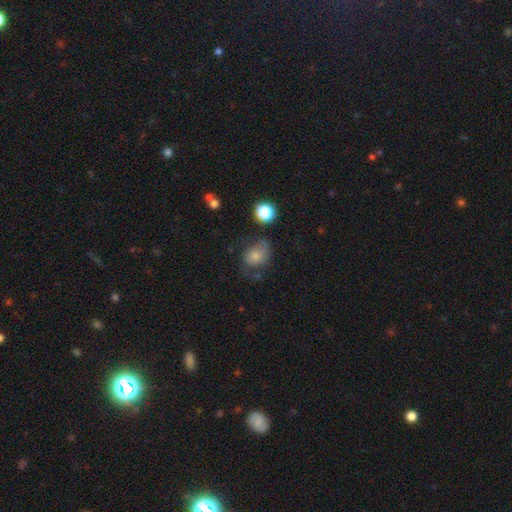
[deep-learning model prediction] smooth-or-featured: smooth: 69% | featured or disk: 18% | star or artifact: 12%
  how-rounded: in between: 53% | round: 46% | cigar-shaped: 1%
  merging: none: 47% | minor disturbance: 30% | major disturbance: 18% | merger: 6%